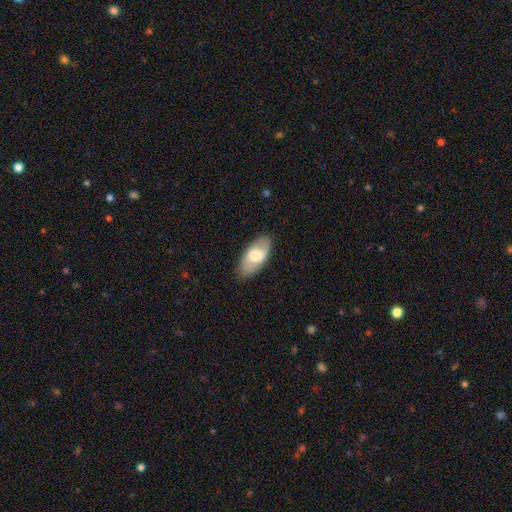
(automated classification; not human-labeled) smooth_or_featured: smooth (p=0.61) [alt: featured or disk p=0.34]
how_rounded: in between (p=0.92) [alt: cigar-shaped p=0.05]
merging: none (p=0.83) [alt: minor disturbance p=0.13]